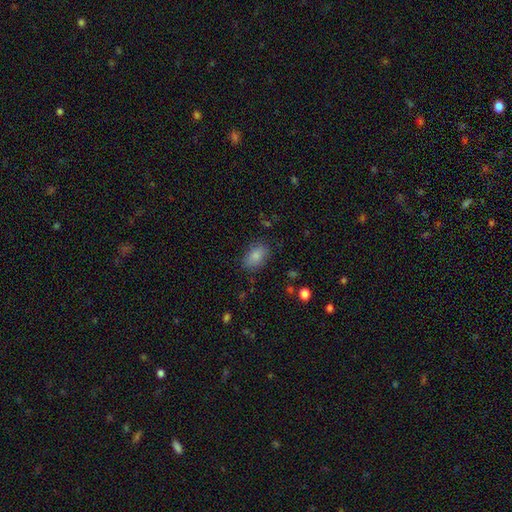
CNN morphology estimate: A smooth galaxy with no disk features (85%) that is in between round and cigar-shaped (90%). Merging: none (81%).